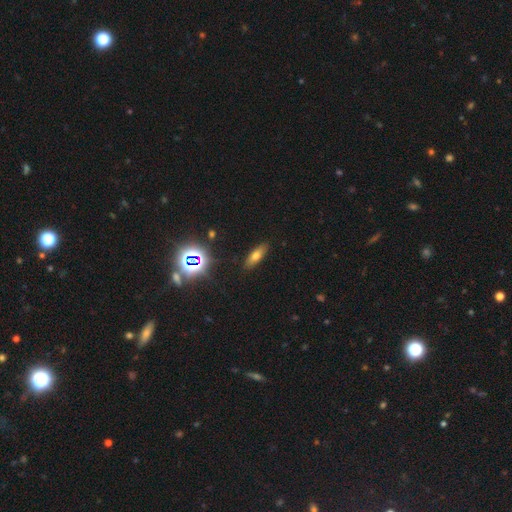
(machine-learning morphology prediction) smooth_or_featured: smooth (p=0.63) [alt: featured or disk p=0.21]
how_rounded: in between (p=0.59) [alt: cigar-shaped p=0.37]
merging: none (p=0.88) [alt: minor disturbance p=0.08]